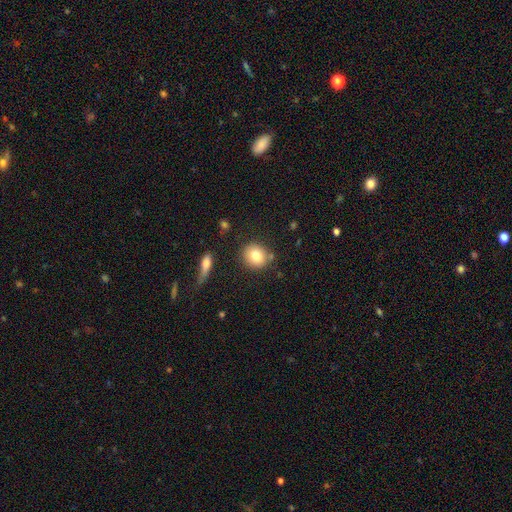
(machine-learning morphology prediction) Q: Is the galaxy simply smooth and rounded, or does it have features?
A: smooth — 80%.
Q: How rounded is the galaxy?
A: round — 81%.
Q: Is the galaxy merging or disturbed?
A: none — 80%.